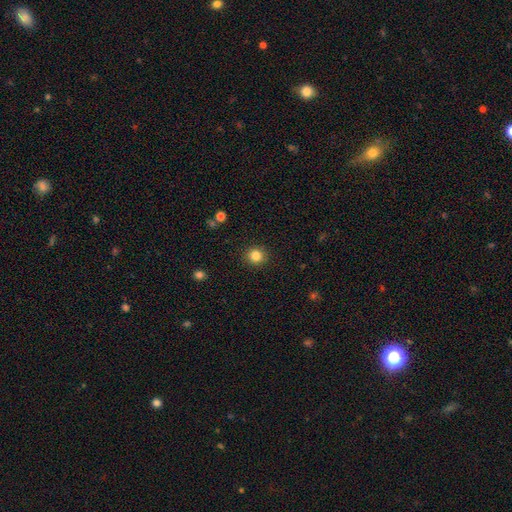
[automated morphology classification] smooth 84%, star or artifact 11%, featured or disk 5%. Down the decision tree: how rounded — round (89%); merging — none (91%).